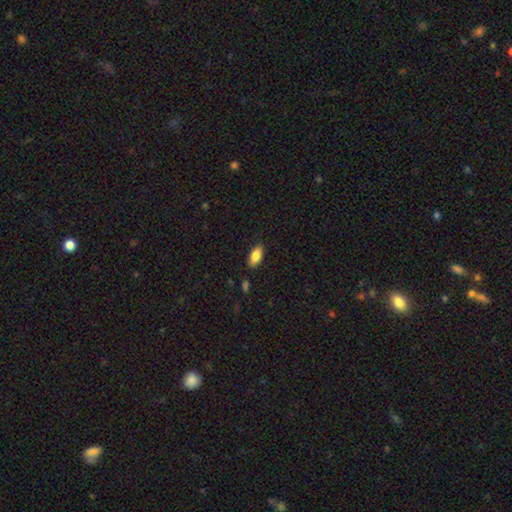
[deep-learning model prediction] A smooth galaxy with no disk features (85%) that is in between round and cigar-shaped (90%).

Vote fractions:
- Smooth or featured? smooth: 85% / featured or disk: 8% / star or artifact: 7%
- How rounded? in between: 90% / cigar-shaped: 8% / round: 2%
- Merging? none: 87% / minor disturbance: 10% / major disturbance: 2% / merger: 1%